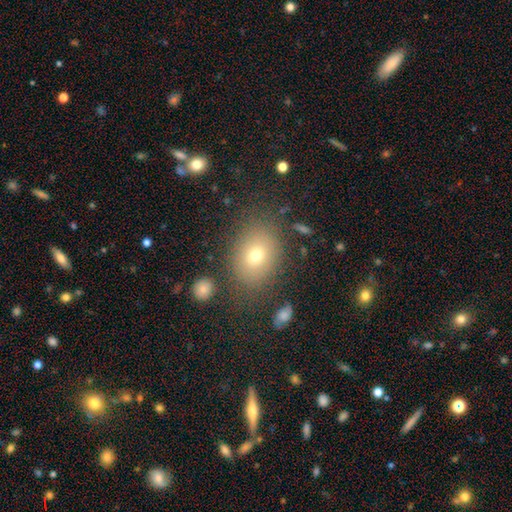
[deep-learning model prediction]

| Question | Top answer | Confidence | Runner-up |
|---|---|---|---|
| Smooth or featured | smooth | 70% | featured or disk (16%) |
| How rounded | in between | 63% | round (36%) |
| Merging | none | 78% | minor disturbance (13%) |